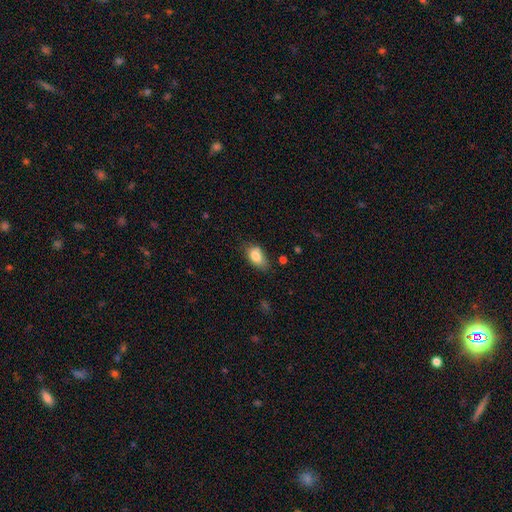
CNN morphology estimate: A smooth galaxy with no disk features (82%) that is in between round and cigar-shaped (89%).

Vote fractions:
- Smooth or featured? smooth: 82% / featured or disk: 10% / star or artifact: 8%
- How rounded? in between: 89% / round: 8% / cigar-shaped: 3%
- Merging? none: 63% / minor disturbance: 28% / major disturbance: 6% / merger: 3%